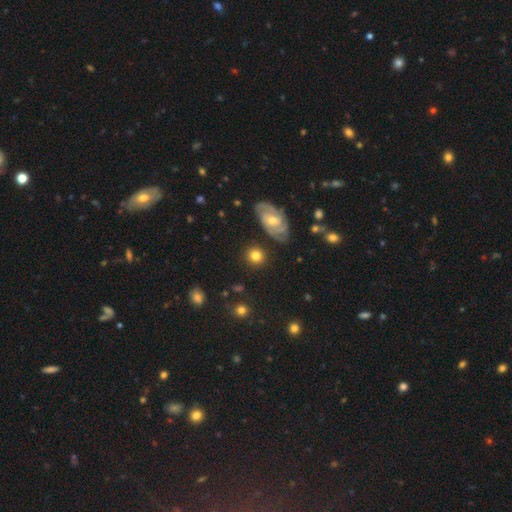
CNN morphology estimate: Smooth or featured?
  - smooth: 74% *
  - featured or disk: 16%
  - star or artifact: 9%
How rounded?
  - round: 84% *
  - in between: 14%
  - cigar-shaped: 2%
Merging?
  - none: 84% *
  - minor disturbance: 10%
  - major disturbance: 4%
  - merger: 3%